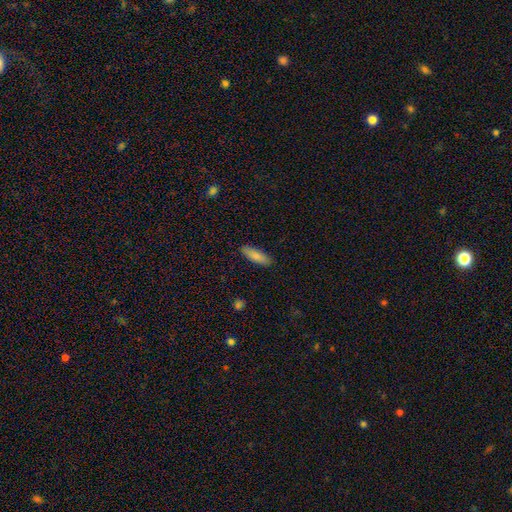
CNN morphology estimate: A smooth galaxy with no disk features (83%) that is in between round and cigar-shaped (52%).

Vote fractions:
- Smooth or featured? smooth: 83% / featured or disk: 11% / star or artifact: 6%
- How rounded? in between: 52% / cigar-shaped: 46% / round: 2%
- Merging? none: 88% / minor disturbance: 9% / major disturbance: 2% / merger: 1%